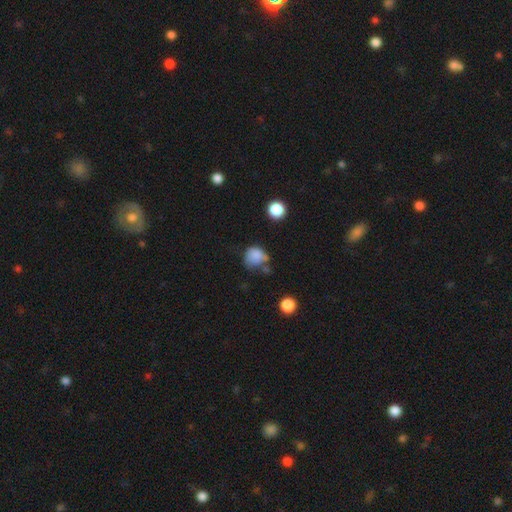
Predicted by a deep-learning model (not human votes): Smooth or featured? smooth (80%)
How rounded? round (73%)
Merging? none (40%)